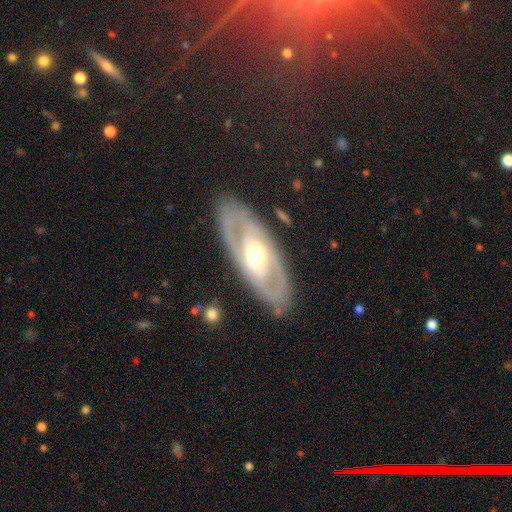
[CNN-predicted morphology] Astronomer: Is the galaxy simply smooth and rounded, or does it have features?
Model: featured or disk — 77%.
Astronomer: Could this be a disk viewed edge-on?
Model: no — 87%.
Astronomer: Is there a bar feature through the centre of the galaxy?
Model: no — 54% (runner-up: weak, 30%).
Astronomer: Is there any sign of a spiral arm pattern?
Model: yes — 59% (runner-up: no, 41%).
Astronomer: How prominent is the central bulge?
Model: moderate — 70%.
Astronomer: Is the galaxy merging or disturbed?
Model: none — 84%.